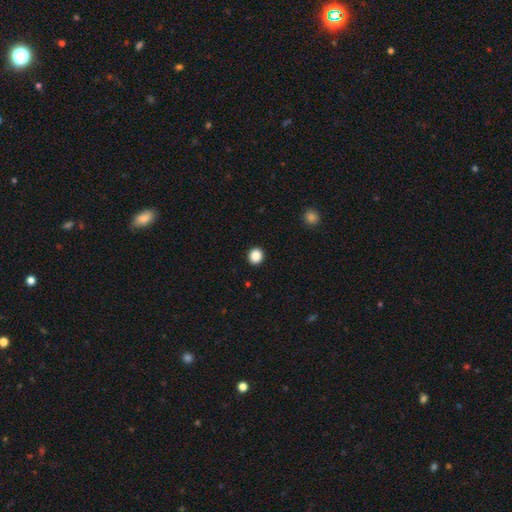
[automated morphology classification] Smooth or featured? smooth (88%)
How rounded? round (83%)
Merging? none (93%)